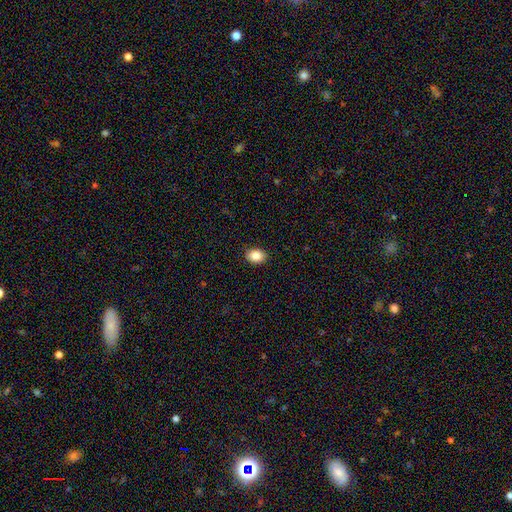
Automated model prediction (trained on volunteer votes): smooth_or_featured: smooth (p=0.86) [alt: star or artifact p=0.09]
how_rounded: in between (p=0.66) [alt: round p=0.33]
merging: none (p=0.89) [alt: minor disturbance p=0.08]